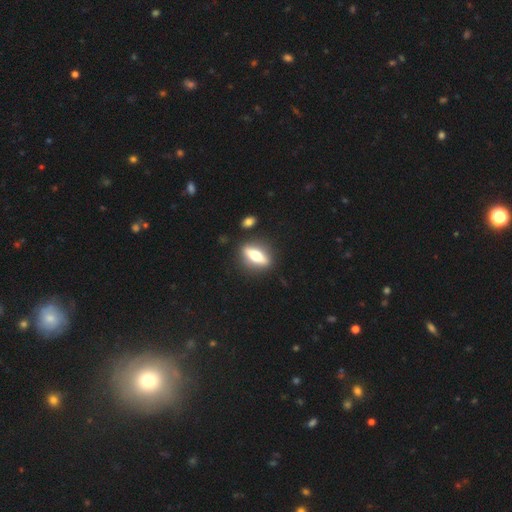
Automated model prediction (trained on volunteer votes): Overall: featured or disk (56%; smooth 37%). Edge-on disk: yes (80%). Merging: none (85%).